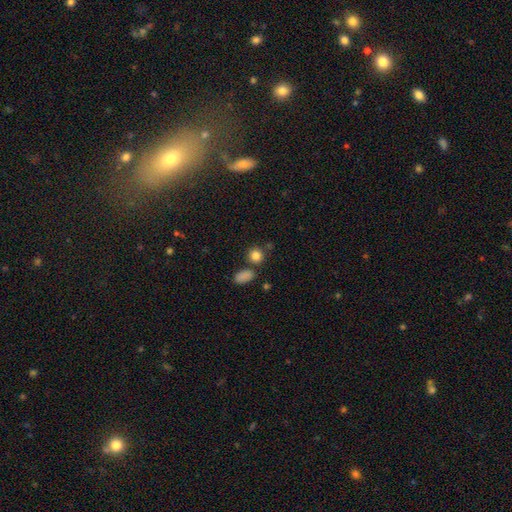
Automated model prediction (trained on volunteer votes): Smooth or featured?
  - smooth: 84% *
  - star or artifact: 12%
  - featured or disk: 5%
How rounded?
  - round: 82% *
  - in between: 17%
  - cigar-shaped: 1%
Merging?
  - none: 73% *
  - merger: 13%
  - minor disturbance: 10%
  - major disturbance: 4%